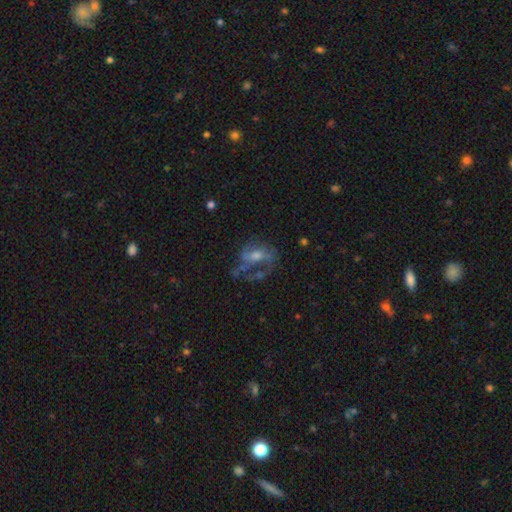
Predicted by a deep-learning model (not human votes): Overall: featured or disk (67%). Edge-on disk: no (97%). Bar: no (53%; weak 36%). Spiral arms: yes (70%; no 30%). Bulge size: moderate (51%; small 35%). Merging: none (40%; major disturbance 36%).